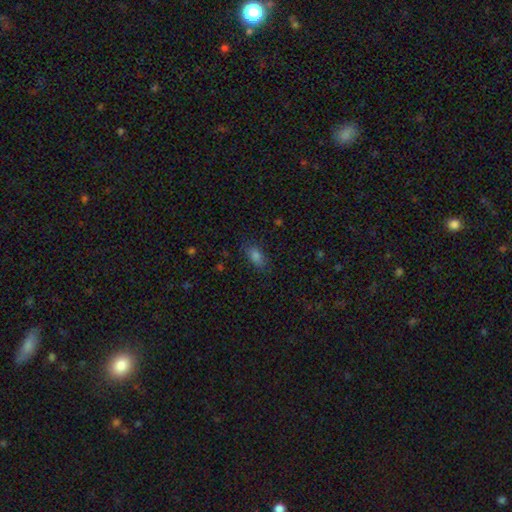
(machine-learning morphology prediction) The model was most divided on "smooth or featured": smooth: 79%, star or artifact: 15%, featured or disk: 7%. More confident: how rounded — in between (86%); merging — none (83%).